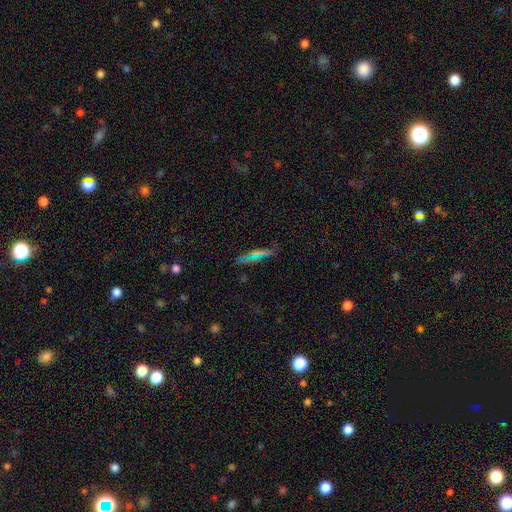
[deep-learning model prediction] Q: Smooth or featured?
A: smooth (54%); runner-up: featured or disk (23%)
Q: How rounded?
A: cigar-shaped (63%); runner-up: in between (31%)
Q: Merging?
A: none (74%); runner-up: minor disturbance (17%)